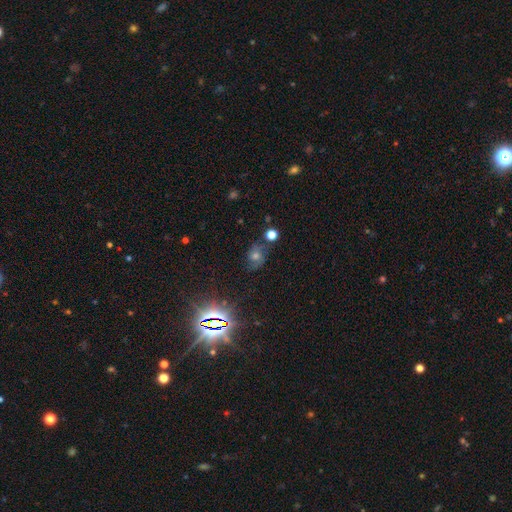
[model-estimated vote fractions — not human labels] Smooth or featured: star or artifact — 40% (featured or disk — 34%)